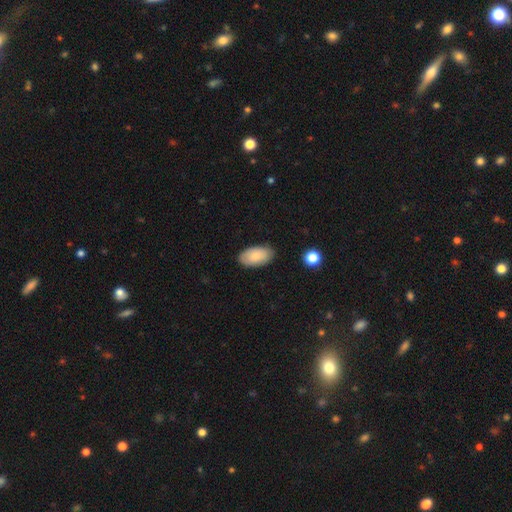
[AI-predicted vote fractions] A smooth galaxy with no disk features (82%) that is in between round and cigar-shaped (95%). Merging: none (83%).